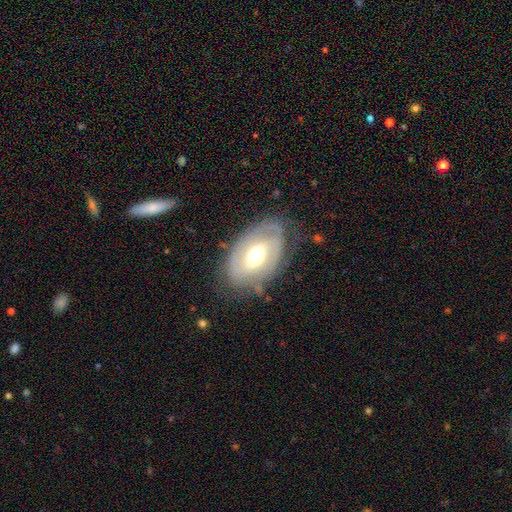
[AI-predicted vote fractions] Morphology: type=featured or disk (67%); edge-on=no (93%); bar=weak (42%); spiral arms=yes (66%); bulge=moderate (66%); merging=none (68%).